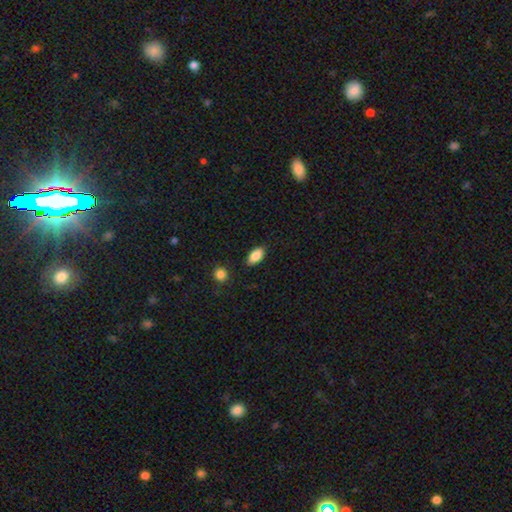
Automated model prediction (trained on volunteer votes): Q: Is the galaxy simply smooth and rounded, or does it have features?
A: smooth — 86%.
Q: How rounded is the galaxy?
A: in between — 91%.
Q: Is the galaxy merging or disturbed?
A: none — 87%.